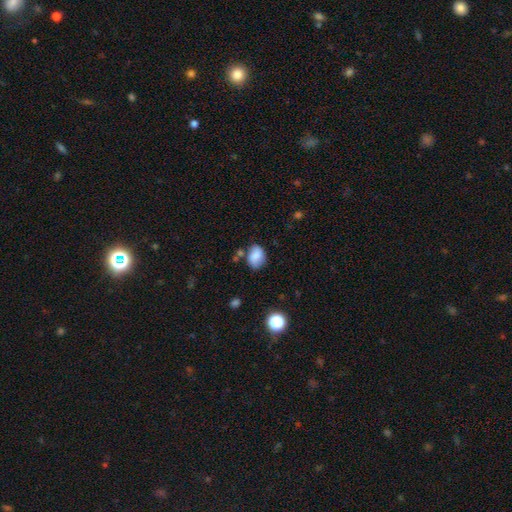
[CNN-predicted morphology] The model was most divided on "how rounded": in between: 62%, round: 37%, cigar-shaped: 1%. More confident: smooth or featured — smooth (73%); merging — none (64%).